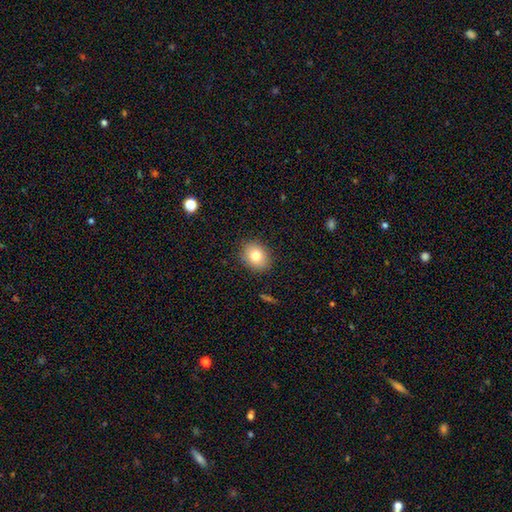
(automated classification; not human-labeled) Smooth or featured? smooth (80%)
How rounded? round (53%)
Merging? none (87%)